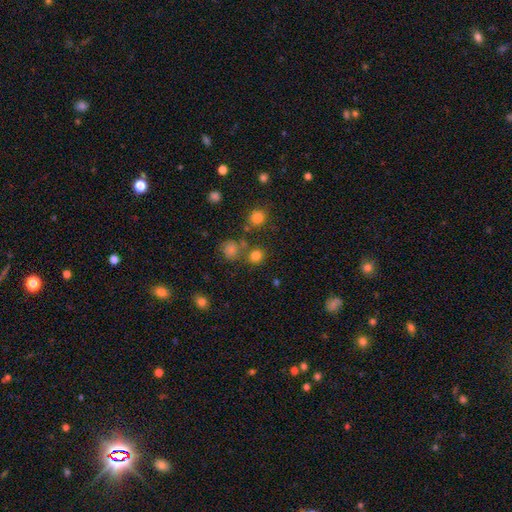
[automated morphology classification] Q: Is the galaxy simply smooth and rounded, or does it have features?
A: smooth — 78%.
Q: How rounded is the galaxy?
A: round — 84%.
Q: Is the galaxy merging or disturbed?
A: none — 74%.